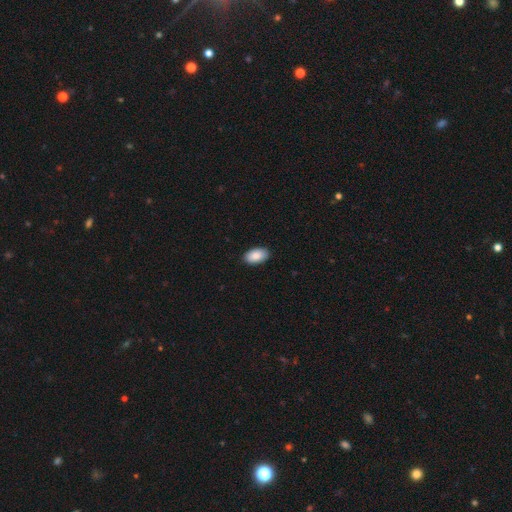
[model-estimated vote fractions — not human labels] Smooth or featured: smooth — 88% (star or artifact — 6%)
How rounded: in between — 95% (round — 4%)
Merging: none — 89% (minor disturbance — 8%)